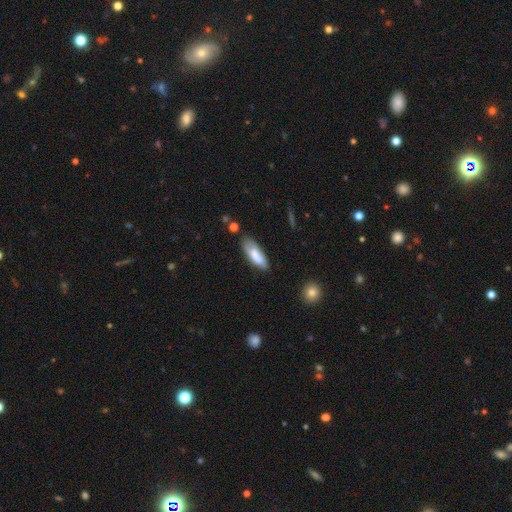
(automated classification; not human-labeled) Smooth or featured? Predicted: smooth (p=0.73). How rounded? Predicted: in between (p=0.59). Merging? Predicted: none (p=0.65).